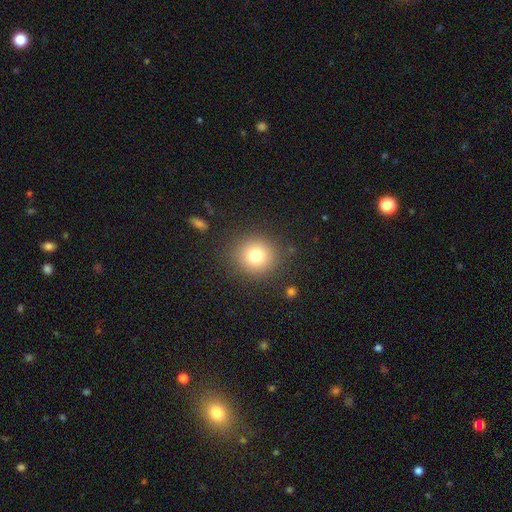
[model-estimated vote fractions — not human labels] Smooth or featured: smooth — 78% (star or artifact — 13%)
How rounded: round — 88% (in between — 11%)
Merging: none — 87% (minor disturbance — 8%)